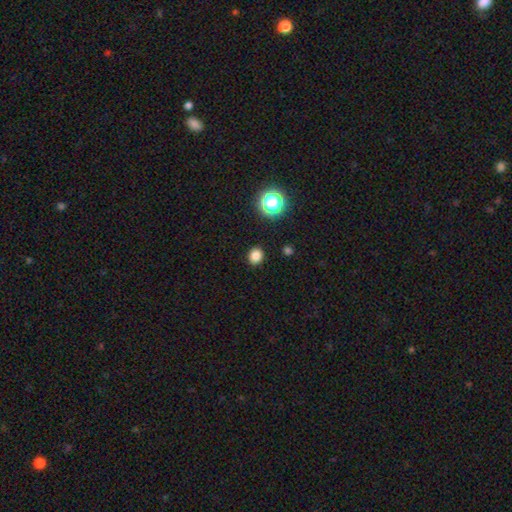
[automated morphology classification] smooth-or-featured: smooth: 82% | star or artifact: 14% | featured or disk: 4%
  how-rounded: round: 71% | in between: 28% | cigar-shaped: 1%
  merging: none: 90% | minor disturbance: 6% | major disturbance: 2% | merger: 1%